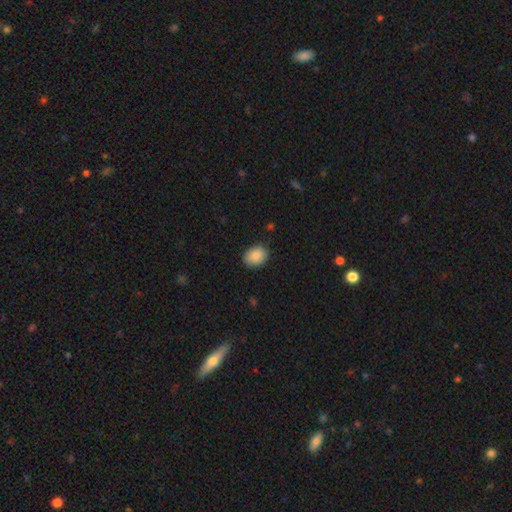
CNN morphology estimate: This appears to be a smooth galaxy with no disk features (87%) that is in between round and cigar-shaped (60%). Merging: none (85%).